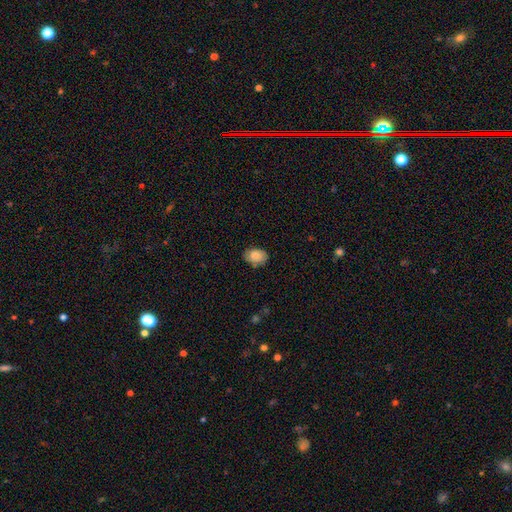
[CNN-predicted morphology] smooth 84%, featured or disk 9%, star or artifact 7%. Down the decision tree: how rounded — in between (79%); merging — none (76%).